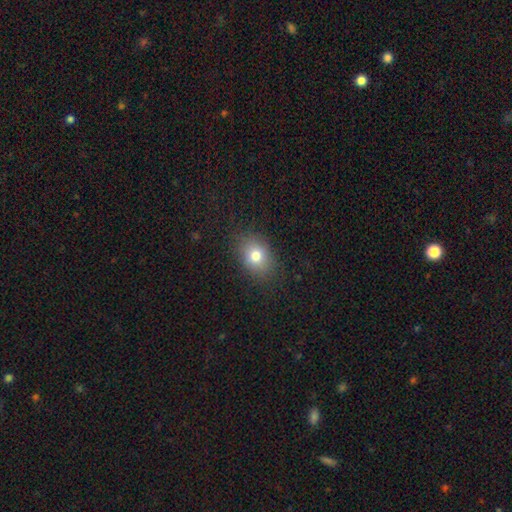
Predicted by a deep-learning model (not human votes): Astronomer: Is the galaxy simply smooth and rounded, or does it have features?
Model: smooth — 76%.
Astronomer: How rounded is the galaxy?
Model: in between — 60% (runner-up: round, 39%).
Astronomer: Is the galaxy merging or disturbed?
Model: none — 84%.